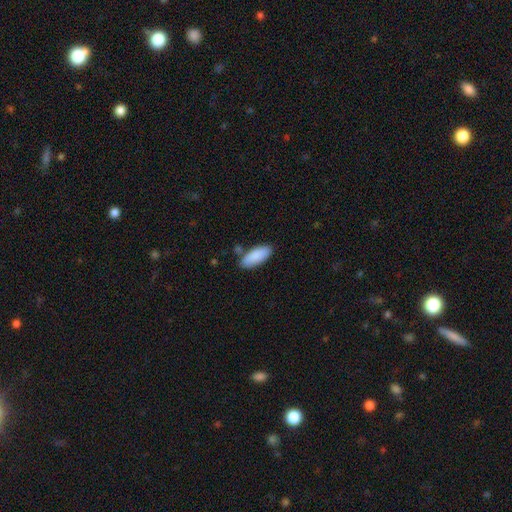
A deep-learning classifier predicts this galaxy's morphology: smooth_or_featured: smooth (p=0.89) [alt: star or artifact p=0.06]
how_rounded: in between (p=0.81) [alt: cigar-shaped p=0.17]
merging: none (p=0.76) [alt: minor disturbance p=0.15]